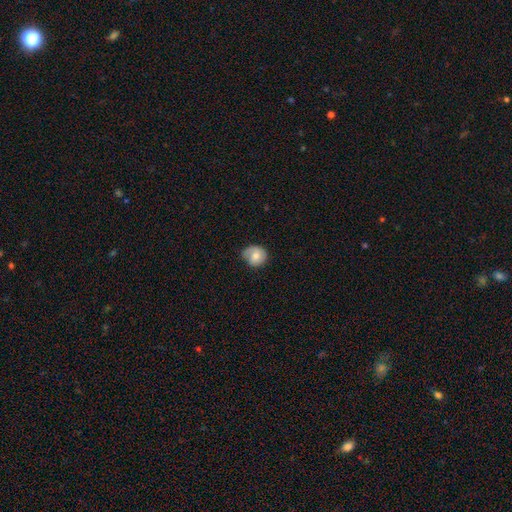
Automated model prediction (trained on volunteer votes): A smooth galaxy with no disk features (64%) that is round (78%).

Vote fractions:
- Smooth or featured? smooth: 64% / featured or disk: 29% / star or artifact: 7%
- How rounded? round: 78% / in between: 21% / cigar-shaped: 1%
- Merging? none: 60% / minor disturbance: 29% / major disturbance: 9% / merger: 1%